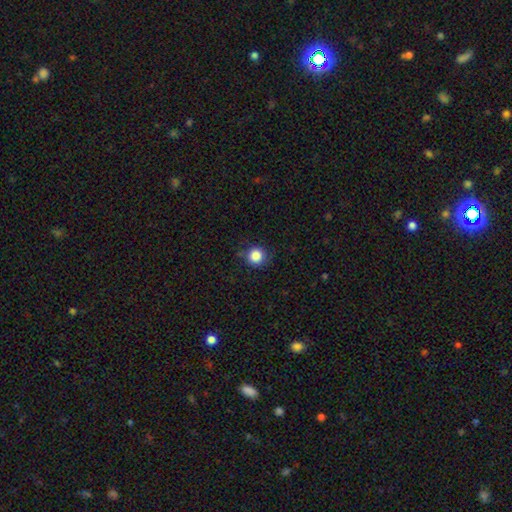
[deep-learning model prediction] Smooth or featured: smooth — 85% (star or artifact — 11%)
How rounded: round — 93% (in between — 6%)
Merging: none — 82% (minor disturbance — 13%)